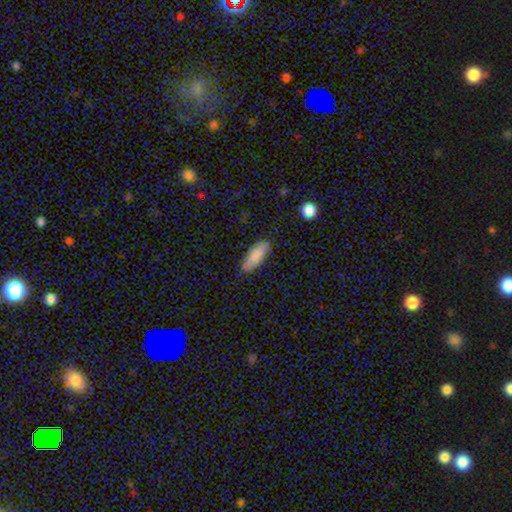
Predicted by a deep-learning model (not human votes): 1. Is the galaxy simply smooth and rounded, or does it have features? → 85% smooth, 9% featured or disk, 6% star or artifact.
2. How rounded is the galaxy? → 66% in between, 32% cigar-shaped, 2% round.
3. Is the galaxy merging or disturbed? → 80% none, 16% minor disturbance, 3% major disturbance, 1% merger.